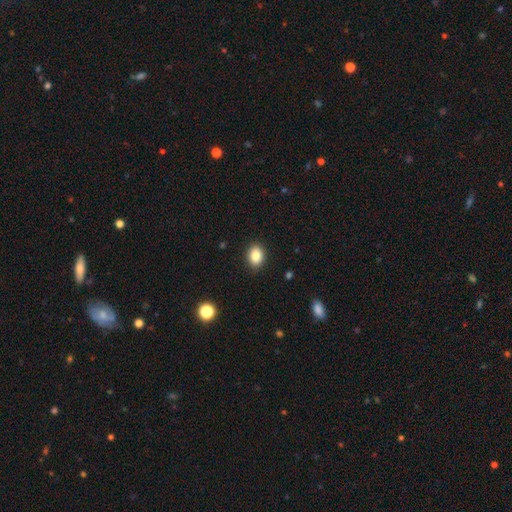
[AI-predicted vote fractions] Q: Smooth or featured?
A: smooth (86%); runner-up: star or artifact (9%)
Q: How rounded?
A: in between (72%); runner-up: round (27%)
Q: Merging?
A: none (89%); runner-up: minor disturbance (8%)